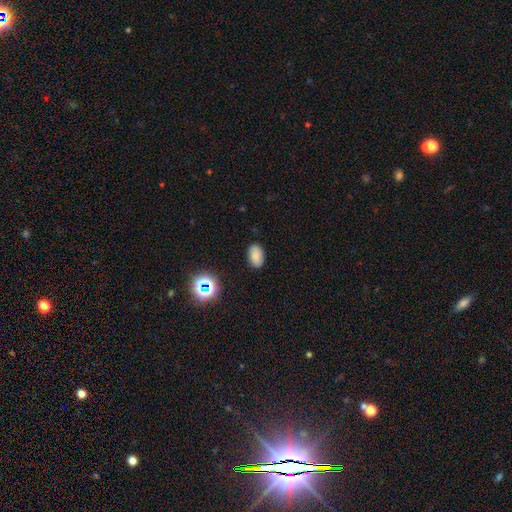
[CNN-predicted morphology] This is likely a smooth galaxy (76%). How rounded: clearly in between (88%). Merging: clearly none (85%).